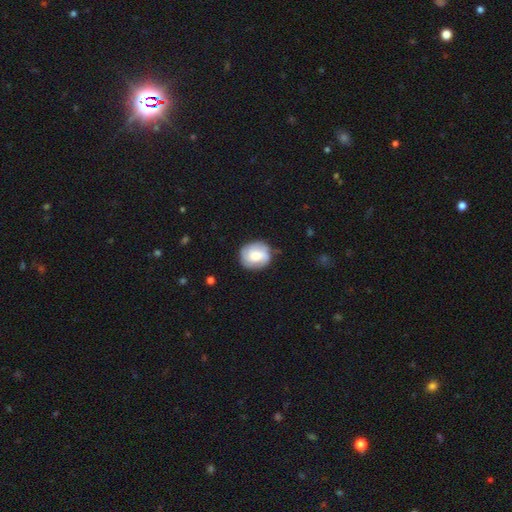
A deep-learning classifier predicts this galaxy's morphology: This is possibly a featured or disk galaxy (47%). Merging: likely none (75%).